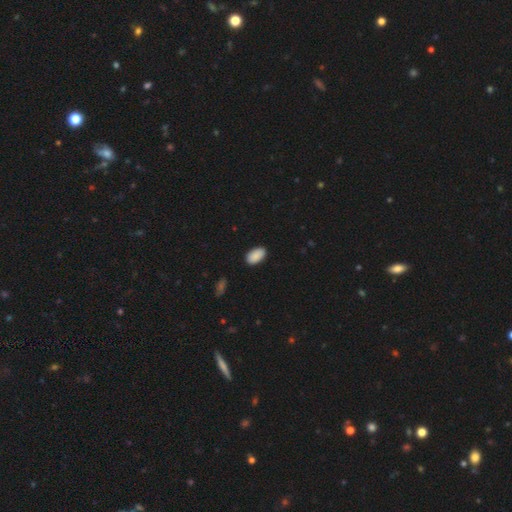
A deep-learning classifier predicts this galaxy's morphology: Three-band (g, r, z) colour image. It shows a smooth galaxy with no disk features (90%) that is in between round and cigar-shaped (95%). Merging: none (88%).